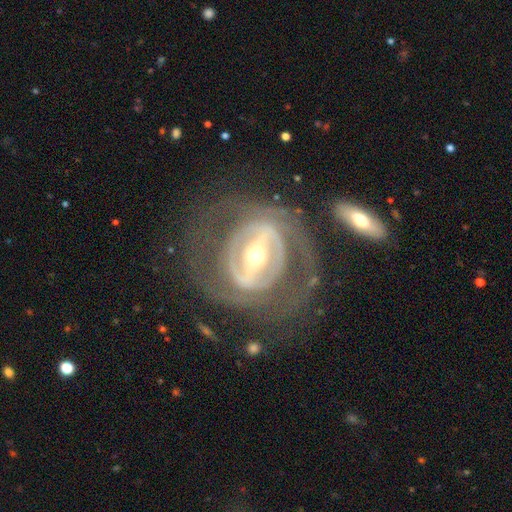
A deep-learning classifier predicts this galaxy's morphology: This is clearly a featured or disk galaxy (85%). It is clearly not viewed edge-on (94%). Bar: likely strong (66%). Spiral arm pattern: likely yes (65%). Spiral arm count: possibly 2 (60%). Spiral winding: possibly tight (51%). Central bulge: possibly moderate (55%). Merging: likely none (67%).